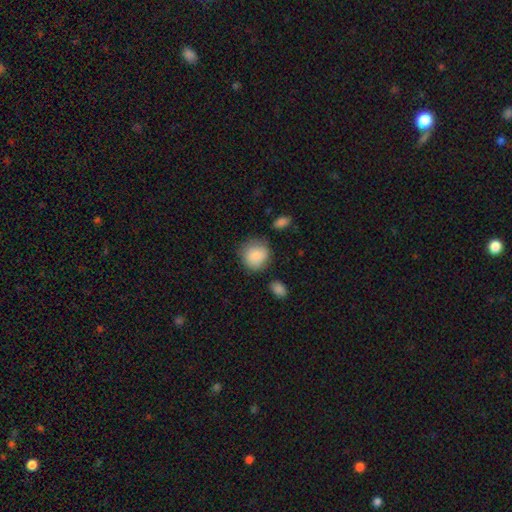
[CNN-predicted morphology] This appears to be a smooth galaxy with no disk features (87%) that is round (86%). Merging: none (72%).